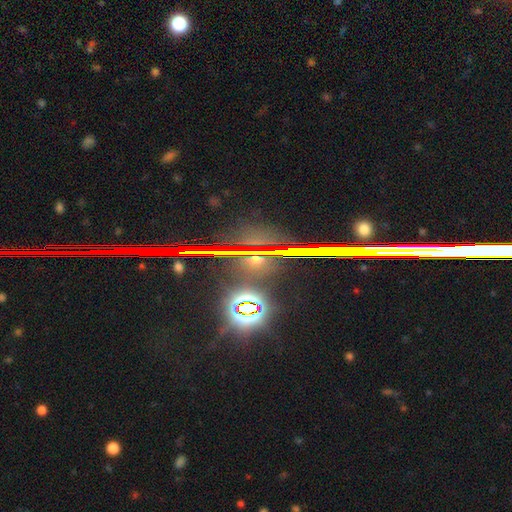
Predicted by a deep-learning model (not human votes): Smooth or featured: star or artifact — 80% (smooth — 12%)